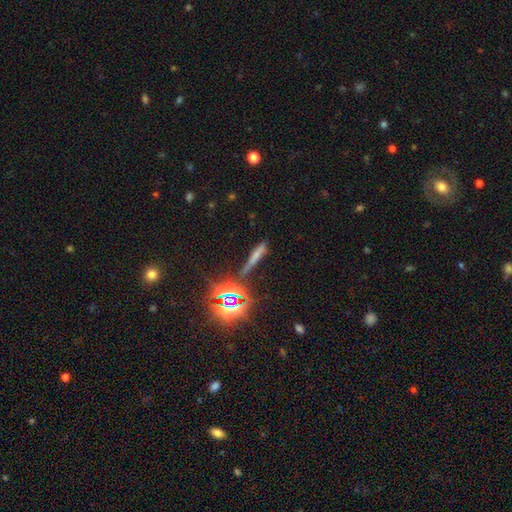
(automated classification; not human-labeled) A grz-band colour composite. It shows a smooth galaxy with no disk features (51%) that is cigar-shaped (85%). Merging: none (67%).